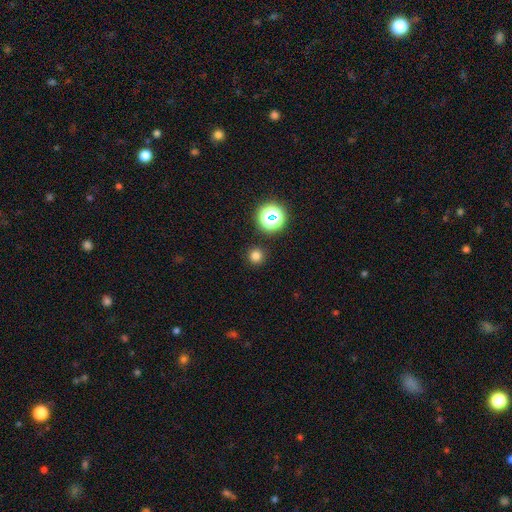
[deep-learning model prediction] Smooth or featured: smooth — 75% (star or artifact — 20%)
How rounded: round — 95% (in between — 4%)
Merging: none — 91% (minor disturbance — 5%)